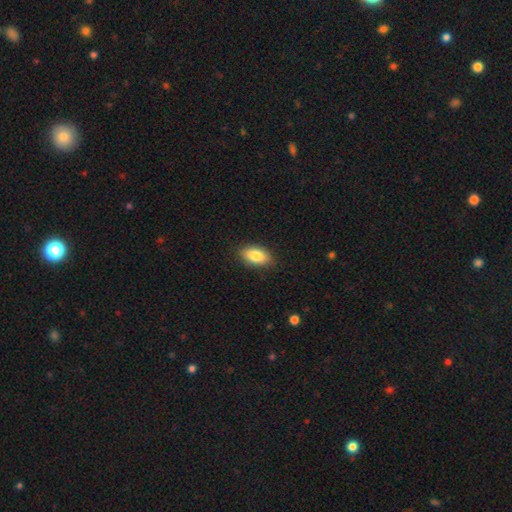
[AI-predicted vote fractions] The model was most divided on "merging": none: 86%, minor disturbance: 11%, major disturbance: 2%, merger: 1%. More confident: how rounded — in between (91%); smooth or featured — smooth (84%).